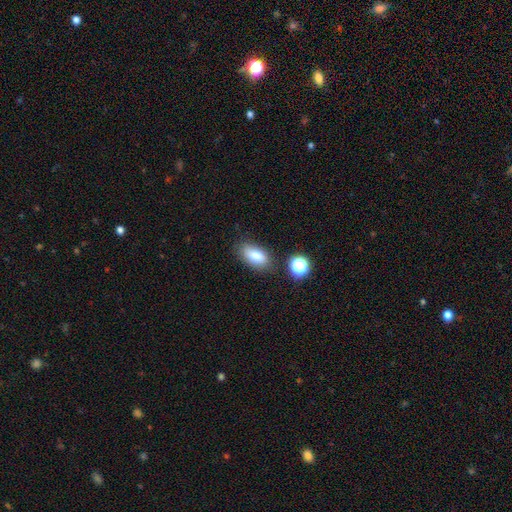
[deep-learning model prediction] Q: Smooth or featured?
A: smooth (81%); runner-up: star or artifact (10%)
Q: How rounded?
A: in between (88%); runner-up: cigar-shaped (6%)
Q: Merging?
A: none (77%); runner-up: minor disturbance (14%)